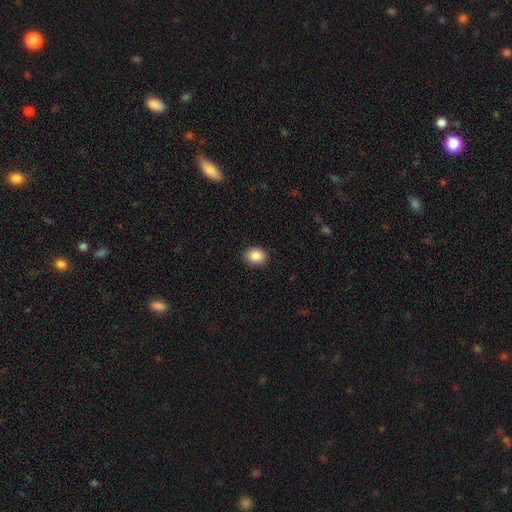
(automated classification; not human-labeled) This appears to be a smooth galaxy with no disk features (88%) that is in between round and cigar-shaped (55%). Merging: none (89%).